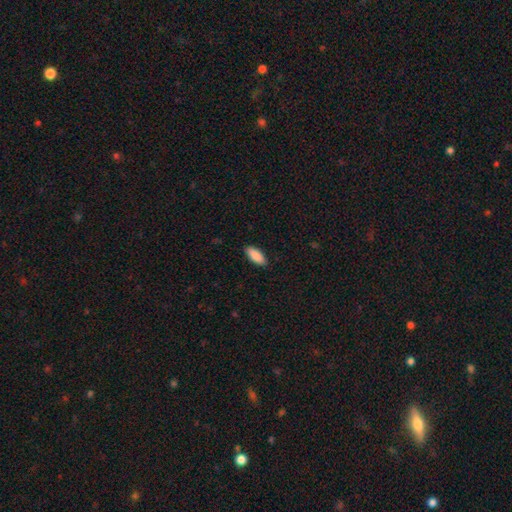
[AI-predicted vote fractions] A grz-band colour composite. It shows a smooth galaxy with no disk features (90%) that is in between round and cigar-shaped (82%). Merging: none (89%).